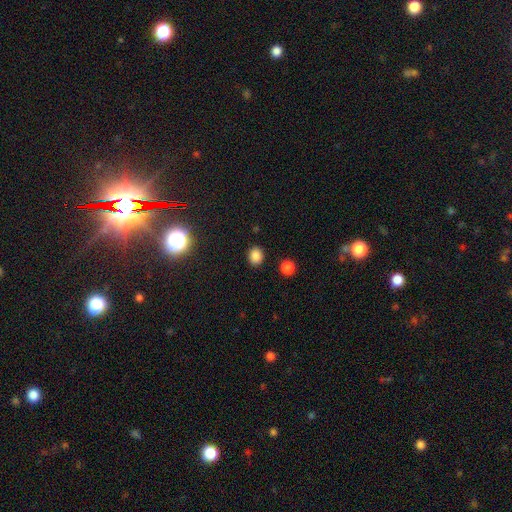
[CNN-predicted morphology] Q: Smooth or featured?
A: smooth (82%); runner-up: star or artifact (14%)
Q: How rounded?
A: round (63%); runner-up: in between (36%)
Q: Merging?
A: none (88%); runner-up: minor disturbance (8%)